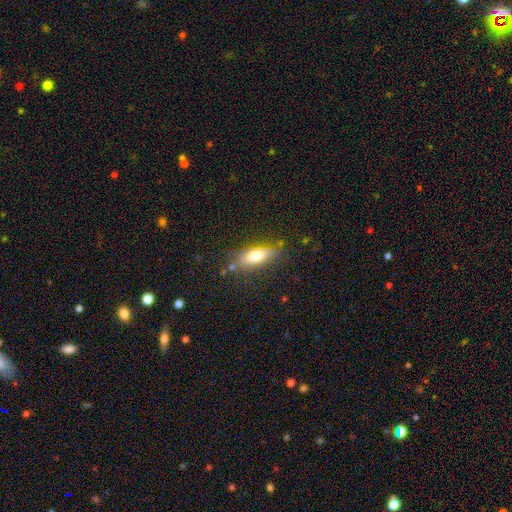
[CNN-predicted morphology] Smooth or featured? smooth (68%)
How rounded? in between (68%)
Merging? none (74%)